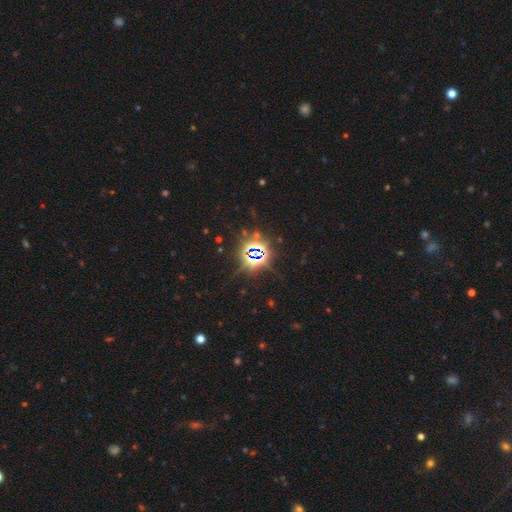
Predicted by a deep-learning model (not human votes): Overall: star or artifact (84%).